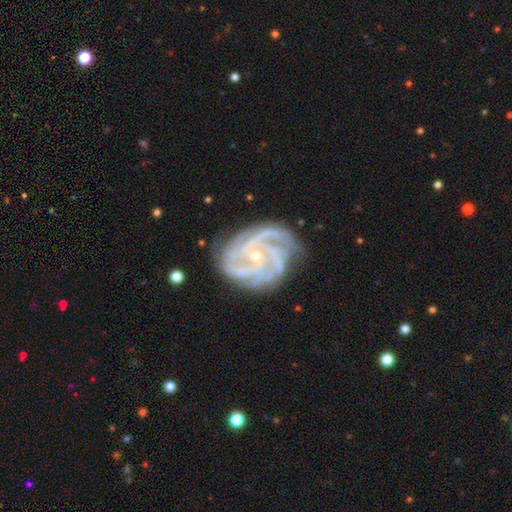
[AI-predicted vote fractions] Overall: featured or disk (91%). Edge-on disk: no (98%). Bar: no (63%; weak 27%). Spiral arms: yes (98%). Spiral arm count: 4 (38%; 3 24%). Spiral winding: tight (60%; medium 35%). Bulge size: small (78%). Merging: none (73%).